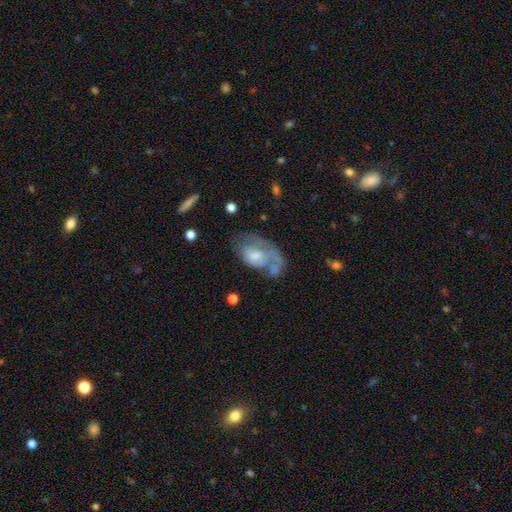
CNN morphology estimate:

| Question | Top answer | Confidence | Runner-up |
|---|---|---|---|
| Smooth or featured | featured or disk | 56% | smooth (36%) |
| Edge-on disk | no | 94% | yes (6%) |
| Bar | no | 74% | weak (22%) |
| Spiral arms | yes | 53% | no (47%) |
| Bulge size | moderate | 43% | small (32%) |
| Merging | none | 35% | major disturbance (28%) |